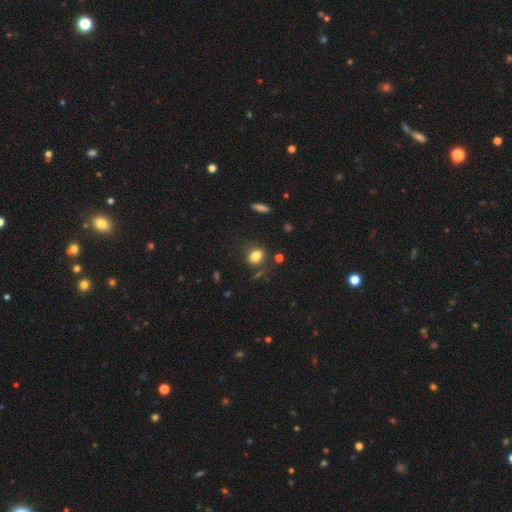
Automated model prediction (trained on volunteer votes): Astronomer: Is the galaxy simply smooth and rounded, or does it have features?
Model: smooth — 80%.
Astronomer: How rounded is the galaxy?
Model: in between — 52% (runner-up: round, 46%).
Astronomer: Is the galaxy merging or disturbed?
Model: none — 75%.